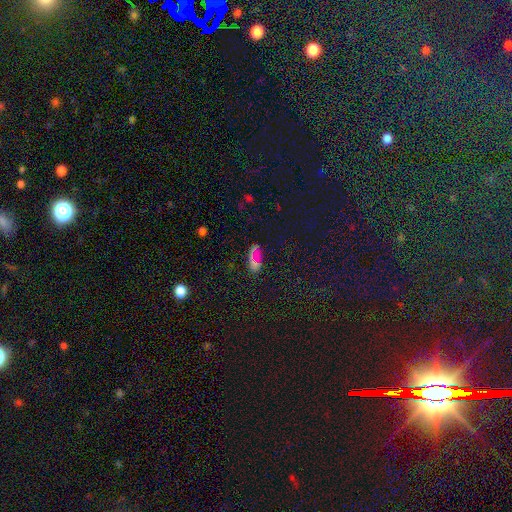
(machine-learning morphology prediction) Smooth or featured?
  - smooth: 52% *
  - star or artifact: 33%
  - featured or disk: 15%
How rounded?
  - in between: 84% *
  - round: 8%
  - cigar-shaped: 8%
Merging?
  - none: 53% *
  - minor disturbance: 23%
  - major disturbance: 16%
  - merger: 8%